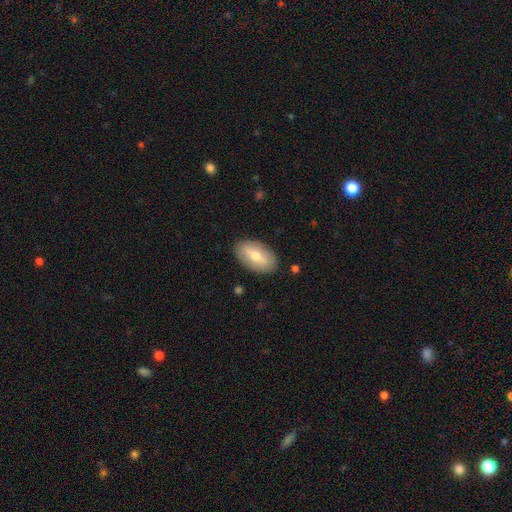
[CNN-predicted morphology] type=smooth (61%); roundness=in between (92%); merging=none (87%).